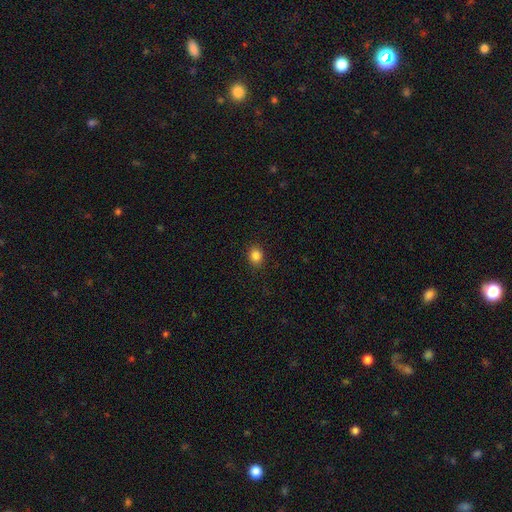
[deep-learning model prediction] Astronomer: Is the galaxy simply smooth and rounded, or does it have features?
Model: smooth — 86%.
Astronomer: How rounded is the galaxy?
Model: round — 63%.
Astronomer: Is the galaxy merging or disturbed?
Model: none — 89%.